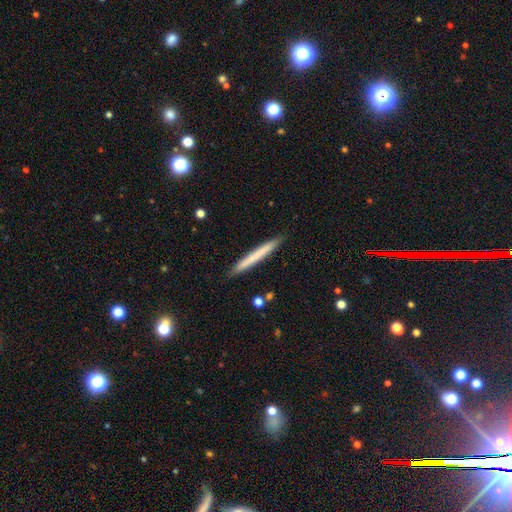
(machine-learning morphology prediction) smooth-or-featured: smooth: 65% | featured or disk: 30% | star or artifact: 6%
  how-rounded: cigar-shaped: 97% | in between: 2% | round: 1%
  merging: none: 90% | minor disturbance: 7% | major disturbance: 1% | merger: 1%